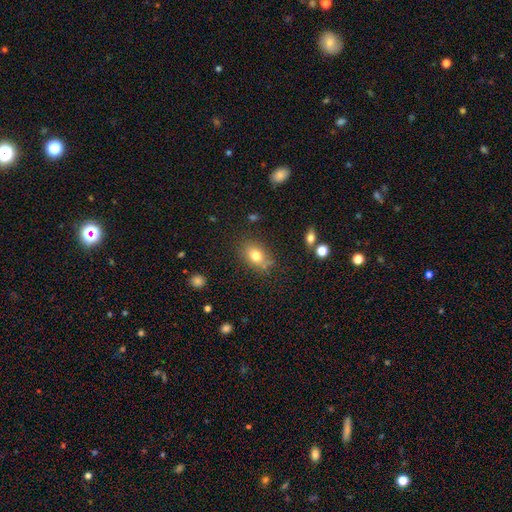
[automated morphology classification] Smooth or featured? smooth (78%)
How rounded? in between (75%)
Merging? none (74%)